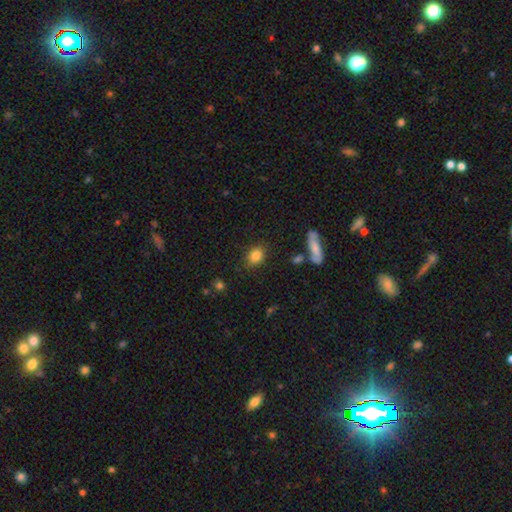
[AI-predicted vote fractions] Smooth or featured: smooth — 83% (star or artifact — 10%)
How rounded: in between — 55% (round — 43%)
Merging: none — 84% (minor disturbance — 11%)